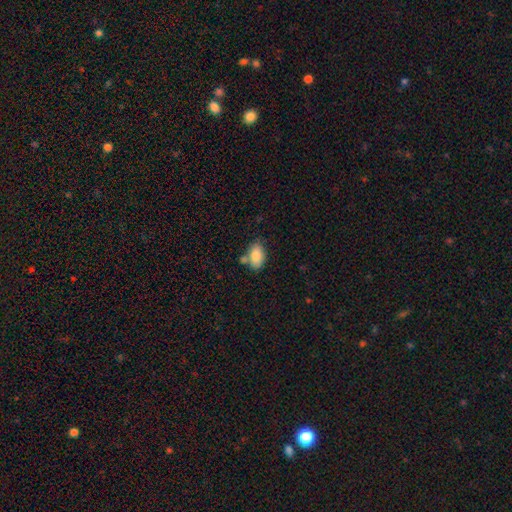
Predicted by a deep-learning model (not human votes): Smooth or featured? smooth (85%)
How rounded? in between (91%)
Merging? none (63%)